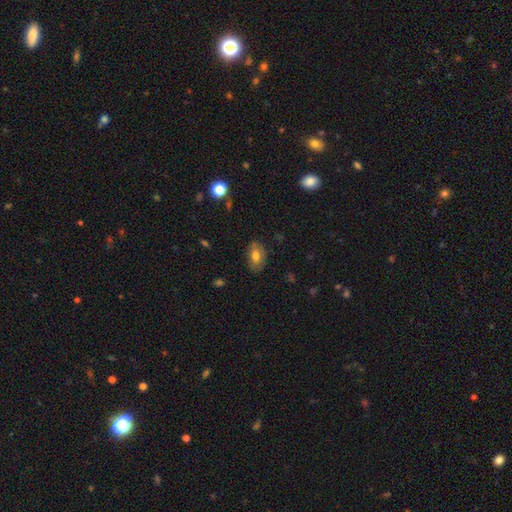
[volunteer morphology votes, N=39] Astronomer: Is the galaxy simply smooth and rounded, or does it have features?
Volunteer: smooth — 82%.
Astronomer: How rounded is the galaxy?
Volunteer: in between — 91%.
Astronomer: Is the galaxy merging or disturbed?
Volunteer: none — 81%.